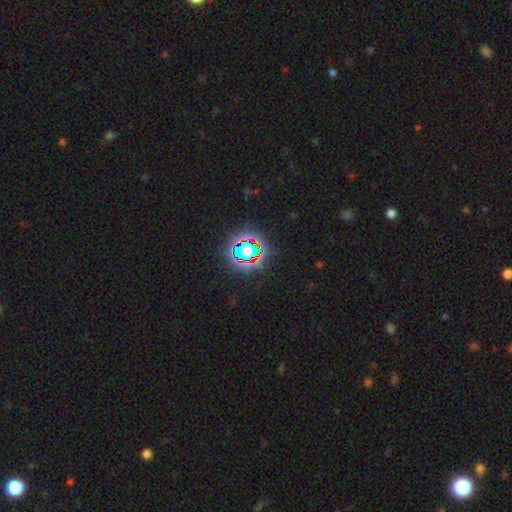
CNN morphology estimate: Smooth or featured? Predicted: star or artifact (p=0.71).